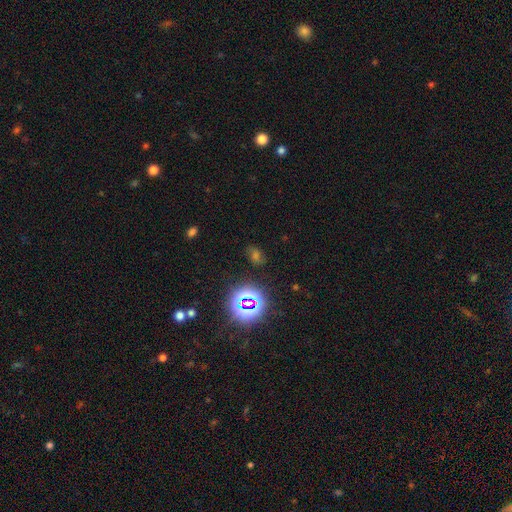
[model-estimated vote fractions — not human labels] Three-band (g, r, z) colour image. It shows a star or artifact, not a galaxy (55%).